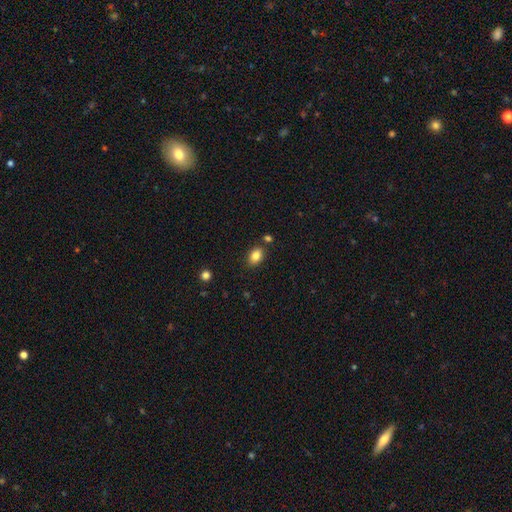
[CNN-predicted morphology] A smooth galaxy with no disk features (84%) that is in between round and cigar-shaped (77%).

Vote fractions:
- Smooth or featured? smooth: 84% / star or artifact: 9% / featured or disk: 6%
- How rounded? in between: 77% / round: 21% / cigar-shaped: 1%
- Merging? none: 80% / minor disturbance: 12% / merger: 6% / major disturbance: 3%